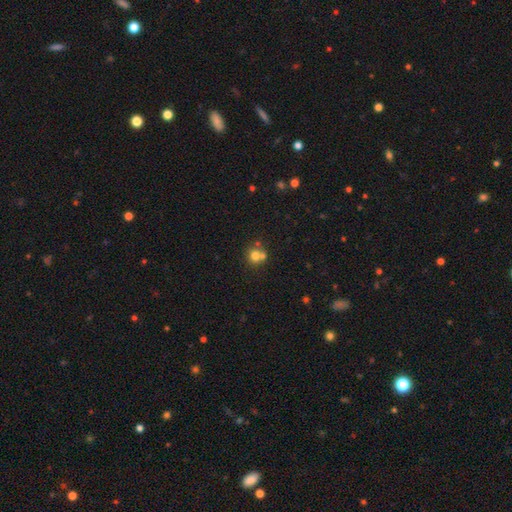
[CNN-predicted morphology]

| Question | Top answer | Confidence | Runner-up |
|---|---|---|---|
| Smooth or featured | smooth | 73% | star or artifact (14%) |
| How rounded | round | 88% | in between (11%) |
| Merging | none | 51% | merger (39%) |